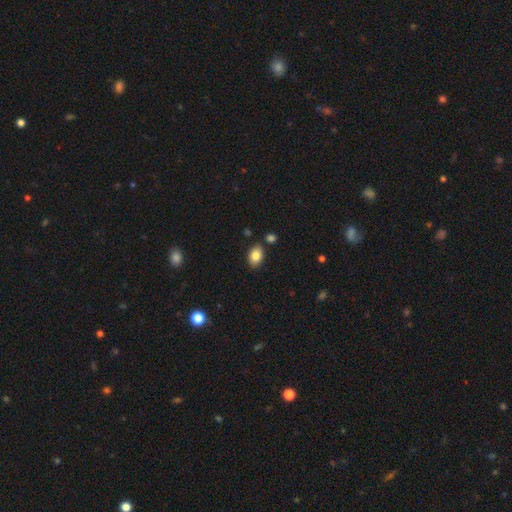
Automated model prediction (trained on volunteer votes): This appears to be a smooth galaxy with no disk features (84%) that is in between round and cigar-shaped (87%). Merging: none (83%).